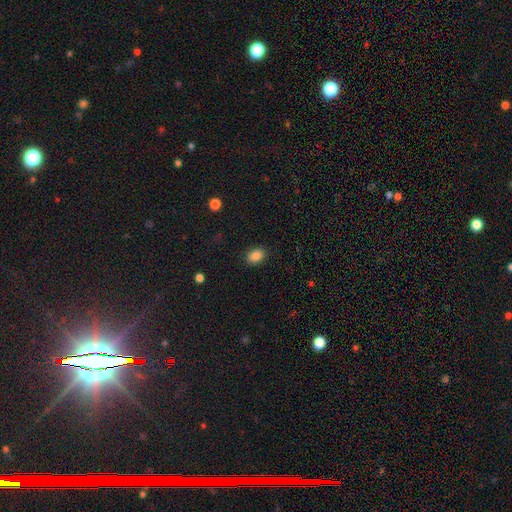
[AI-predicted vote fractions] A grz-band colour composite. It shows a smooth galaxy with no disk features (87%) that is in between round and cigar-shaped (76%). Merging: none (88%).